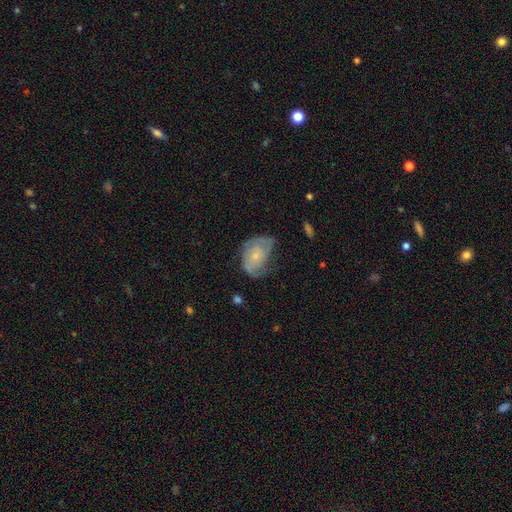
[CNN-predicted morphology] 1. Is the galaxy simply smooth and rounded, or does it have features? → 68% featured or disk, 25% smooth, 7% star or artifact.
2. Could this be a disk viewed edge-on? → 97% no, 3% yes.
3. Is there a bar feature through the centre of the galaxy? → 77% no, 20% weak, 3% strong.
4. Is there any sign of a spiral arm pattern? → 86% yes, 14% no.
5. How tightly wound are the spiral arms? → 45% tight, 38% medium, 17% loose.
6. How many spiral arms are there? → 52% 2, 26% can't tell, 9% 1, 8% 3, 3% 4, 2% more than 4.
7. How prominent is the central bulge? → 68% small, 24% moderate, 5% none, 2% large, 1% dominant.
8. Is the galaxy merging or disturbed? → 47% none, 31% minor disturbance, 20% major disturbance, 2% merger.